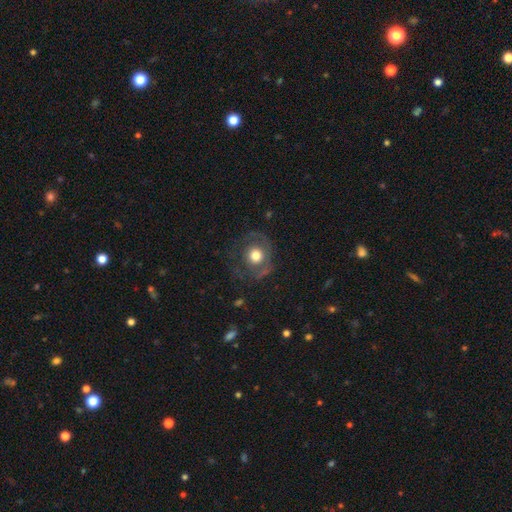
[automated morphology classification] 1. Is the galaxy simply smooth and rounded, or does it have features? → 50% smooth, 42% featured or disk, 8% star or artifact.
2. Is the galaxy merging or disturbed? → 60% none, 20% major disturbance, 18% minor disturbance, 2% merger.